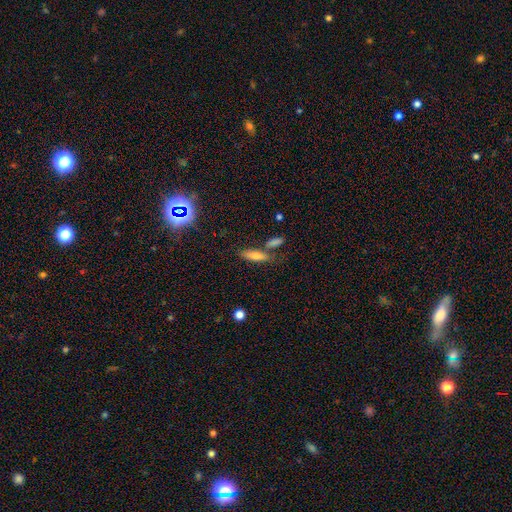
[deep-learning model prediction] This appears to be a smooth galaxy with no disk features (67%) that is cigar-shaped (54%). Merging: none (59%).